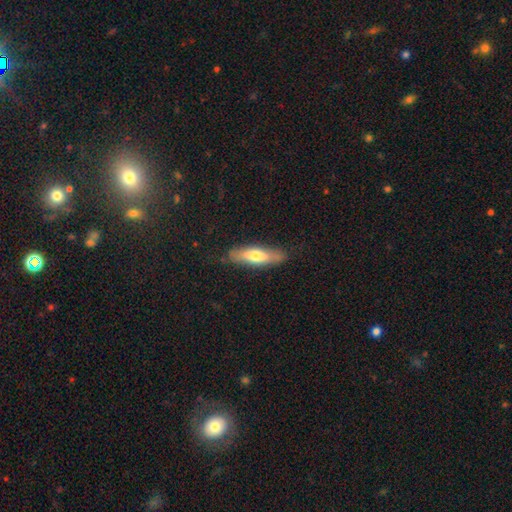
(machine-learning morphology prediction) Smooth or featured? Predicted: smooth (p=0.64). How rounded? Predicted: cigar-shaped (p=0.60). Merging? Predicted: none (p=0.81).